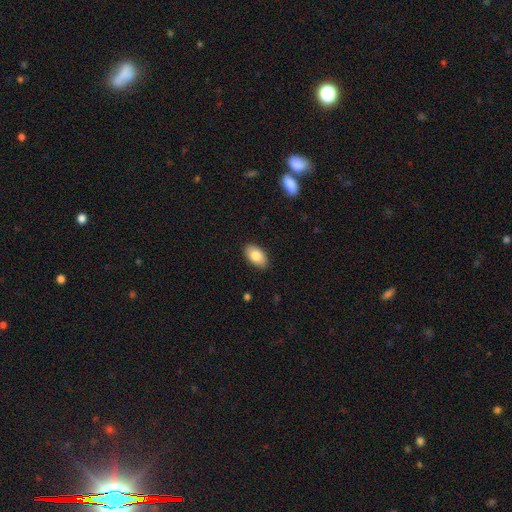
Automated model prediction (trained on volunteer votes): Smooth or featured: smooth — 83% (featured or disk — 10%)
How rounded: in between — 94% (round — 5%)
Merging: none — 87% (minor disturbance — 10%)